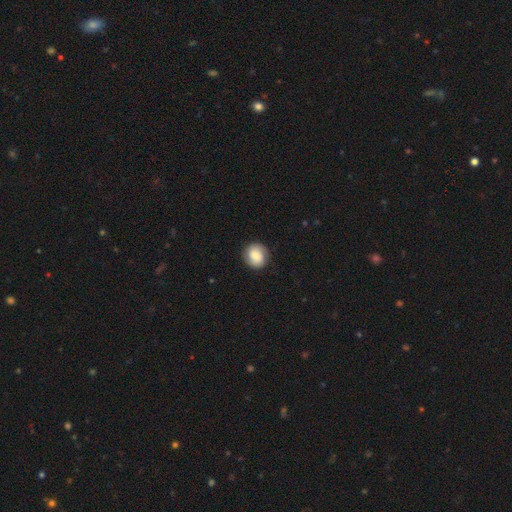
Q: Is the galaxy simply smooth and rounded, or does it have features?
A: smooth — 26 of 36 (72%).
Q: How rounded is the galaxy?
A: round — 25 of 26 (96%).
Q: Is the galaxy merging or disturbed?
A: none — 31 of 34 (91%).